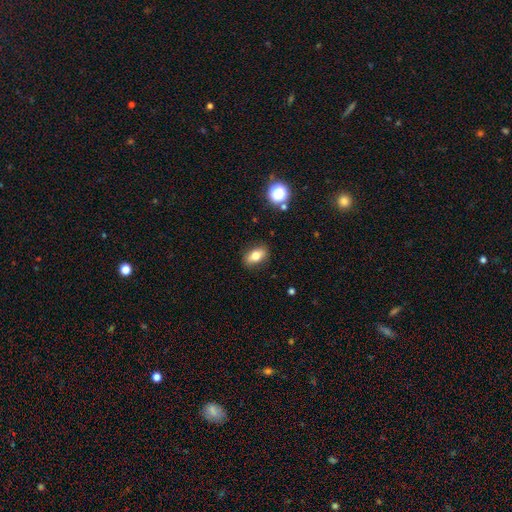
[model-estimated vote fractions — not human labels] smooth_or_featured: smooth (p=0.76) [alt: featured or disk p=0.15]
how_rounded: in between (p=0.83) [alt: round p=0.10]
merging: none (p=0.86) [alt: minor disturbance p=0.10]